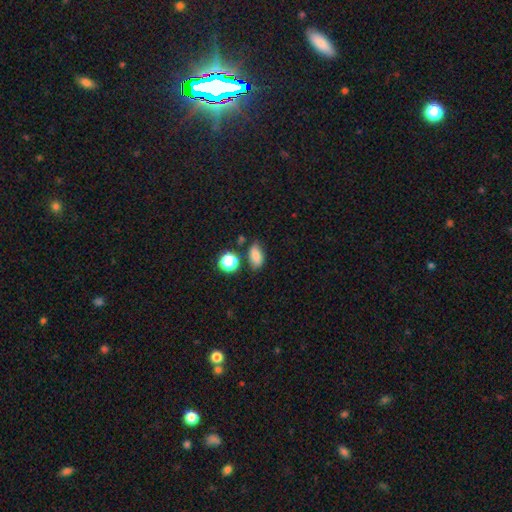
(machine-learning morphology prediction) smooth 81%, star or artifact 12%, featured or disk 7%. Down the decision tree: how rounded — in between (84%); merging — none (71%).